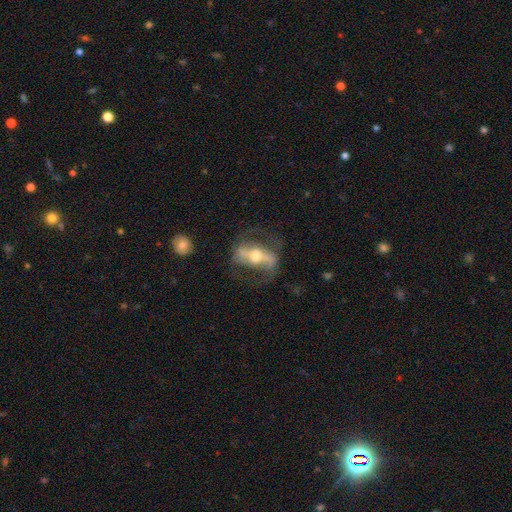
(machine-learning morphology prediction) Q: Smooth or featured?
A: featured or disk (81%); runner-up: smooth (14%)
Q: Edge-on disk?
A: no (85%); runner-up: yes (15%)
Q: Bar?
A: strong (64%); runner-up: weak (21%)
Q: Spiral arms?
A: yes (79%); runner-up: no (21%)
Q: Spiral winding?
A: medium (44%); runner-up: loose (39%)
Q: Spiral arm count?
A: 2 (87%); runner-up: can't tell (7%)
Q: Bulge size?
A: moderate (67%); runner-up: small (24%)
Q: Merging?
A: none (64%); runner-up: major disturbance (17%)